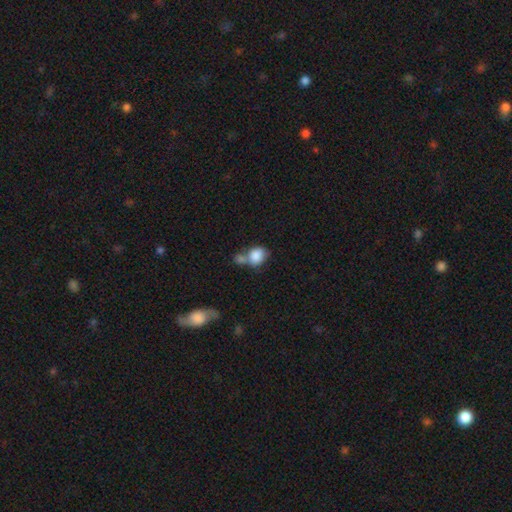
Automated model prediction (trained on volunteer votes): Smooth or featured? Predicted: smooth (p=0.85). How rounded? Predicted: in between (p=0.51). Merging? Predicted: merger (p=0.52).